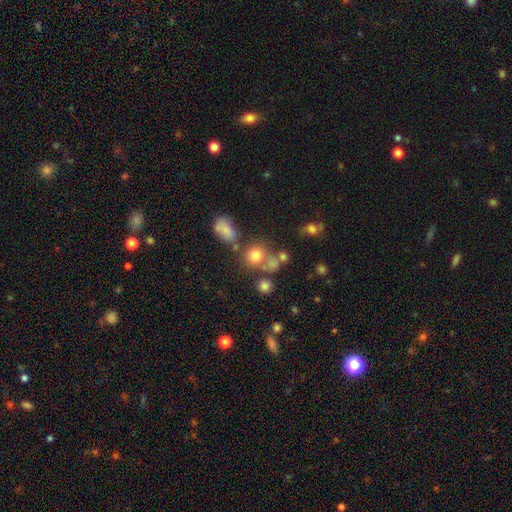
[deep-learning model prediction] A smooth galaxy with no disk features (73%) that is round (82%). Merging: none (57%).